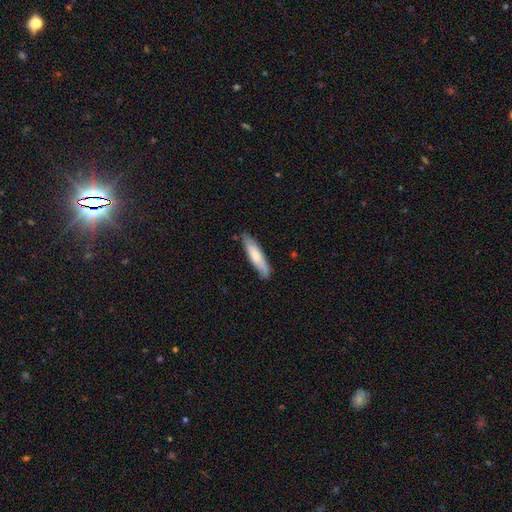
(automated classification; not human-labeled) smooth_or_featured: smooth (p=0.66) [alt: featured or disk p=0.29]
how_rounded: cigar-shaped (p=0.75) [alt: in between p=0.24]
merging: none (p=0.79) [alt: minor disturbance p=0.17]